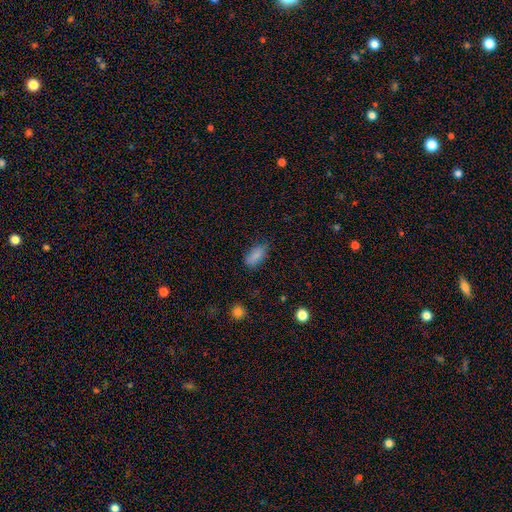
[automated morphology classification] Q: Smooth or featured?
A: smooth (85%); runner-up: star or artifact (9%)
Q: How rounded?
A: in between (87%); runner-up: cigar-shaped (10%)
Q: Merging?
A: none (75%); runner-up: minor disturbance (19%)